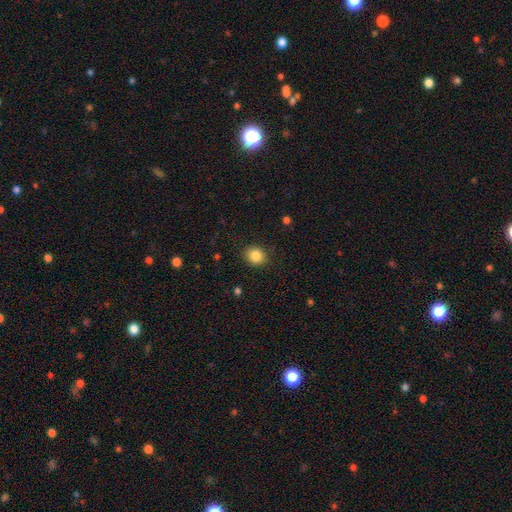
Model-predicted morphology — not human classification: This is clearly a smooth galaxy (85%). How rounded: likely round (76%). Merging: clearly none (87%).